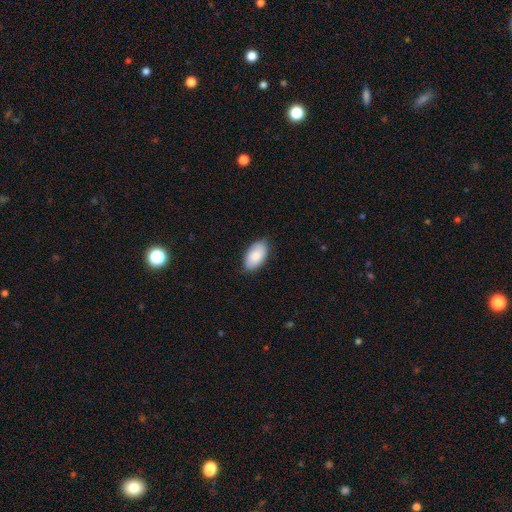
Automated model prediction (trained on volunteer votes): Smooth or featured?
  - smooth: 86% *
  - featured or disk: 8%
  - star or artifact: 6%
How rounded?
  - in between: 95% *
  - round: 3%
  - cigar-shaped: 2%
Merging?
  - none: 85% *
  - minor disturbance: 12%
  - major disturbance: 2%
  - merger: 1%